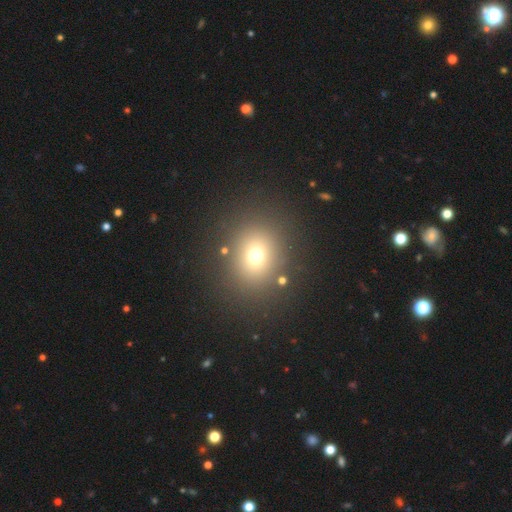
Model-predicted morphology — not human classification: This appears to be a smooth galaxy with no disk features (69%) that is round (72%). Merging: none (85%).